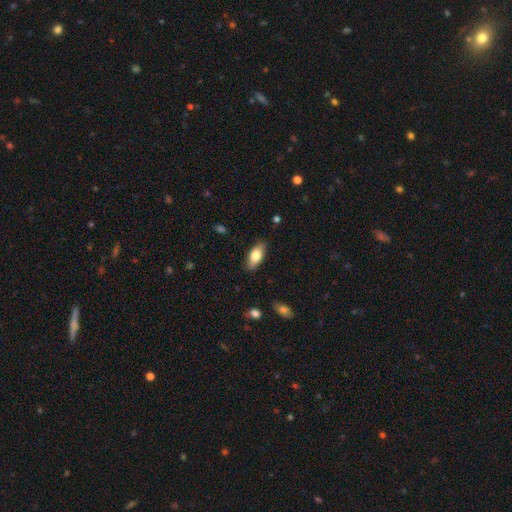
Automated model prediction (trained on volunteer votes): Morphology: type=smooth (78%); roundness=in between (87%); merging=none (86%).